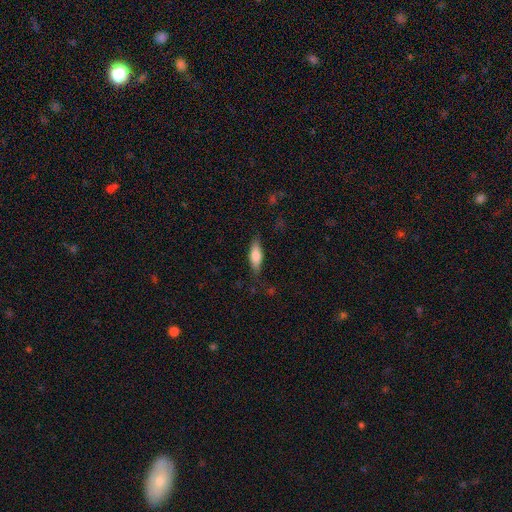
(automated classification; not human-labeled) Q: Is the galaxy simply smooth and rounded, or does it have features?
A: smooth — 71%.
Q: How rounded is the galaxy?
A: in between — 54%.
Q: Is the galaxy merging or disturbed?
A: none — 78%.